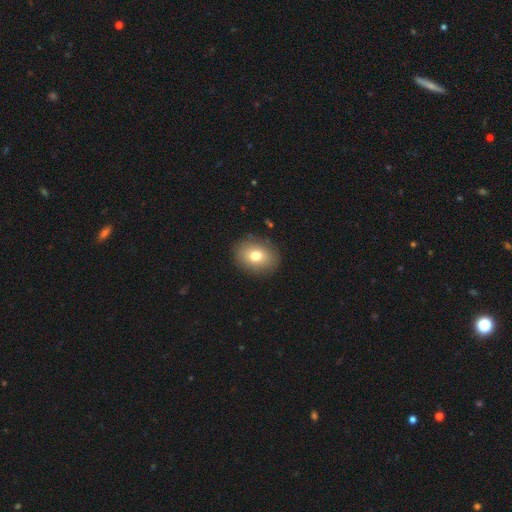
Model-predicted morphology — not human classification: type=smooth (76%); roundness=in between (56%); merging=none (88%).